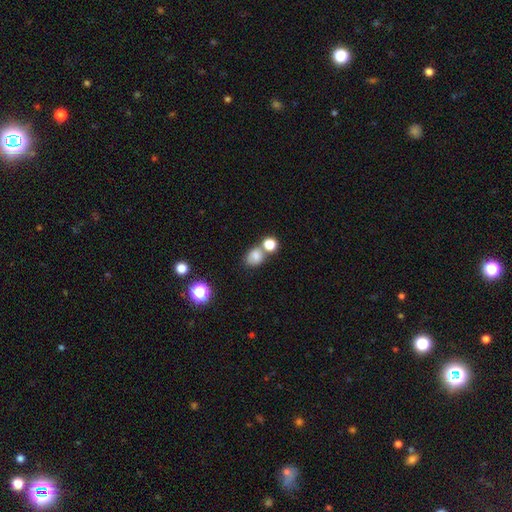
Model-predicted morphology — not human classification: Smooth or featured?
  - smooth: 77% *
  - star or artifact: 13%
  - featured or disk: 9%
How rounded?
  - in between: 51% *
  - round: 48%
  - cigar-shaped: 1%
Merging?
  - none: 51% *
  - merger: 31%
  - minor disturbance: 13%
  - major disturbance: 5%